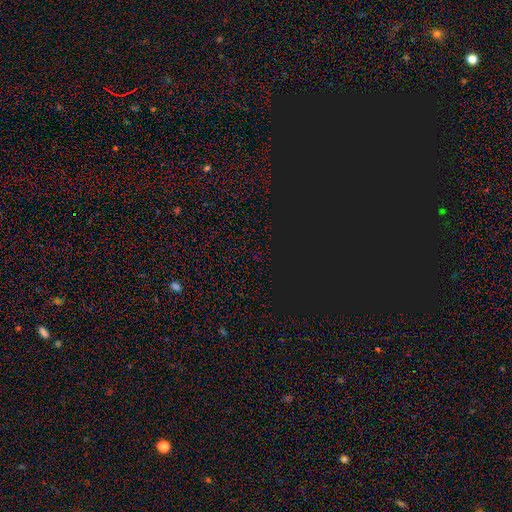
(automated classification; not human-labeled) Smooth or featured? Predicted: star or artifact (p=0.80).